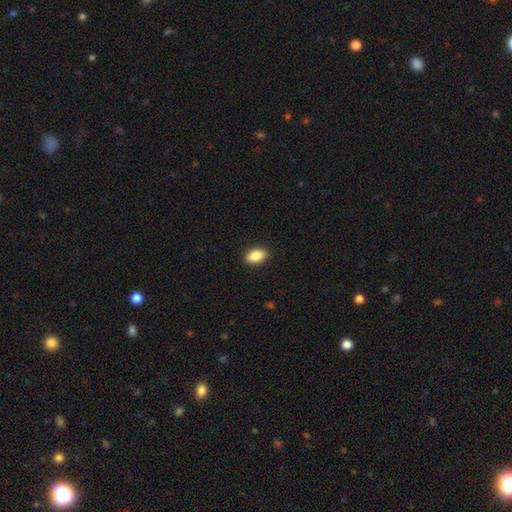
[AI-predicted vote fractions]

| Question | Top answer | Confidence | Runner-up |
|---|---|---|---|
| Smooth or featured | smooth | 87% | star or artifact (8%) |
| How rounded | in between | 89% | round (8%) |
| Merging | none | 90% | minor disturbance (7%) |